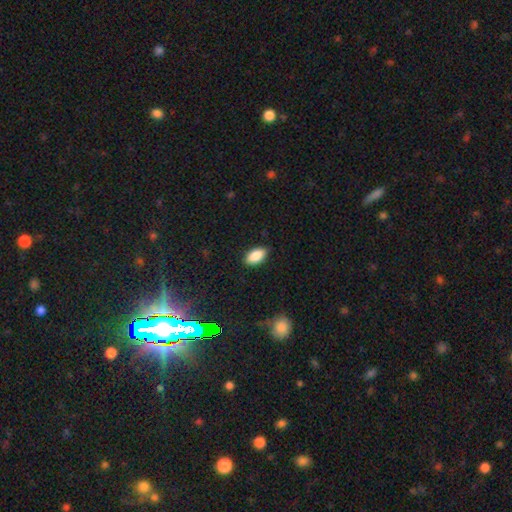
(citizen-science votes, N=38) Smooth or featured? 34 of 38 (89%) said smooth. How rounded? 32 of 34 (94%) said in between. Merging? 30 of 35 (86%) said none.